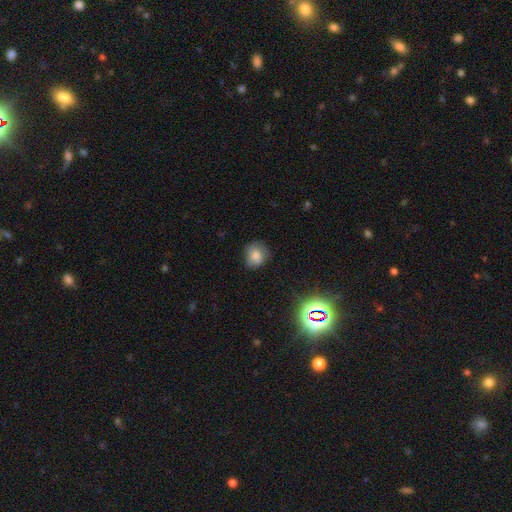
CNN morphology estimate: Smooth or featured?
  - smooth: 77% *
  - featured or disk: 12%
  - star or artifact: 11%
How rounded?
  - round: 66% *
  - in between: 33%
  - cigar-shaped: 1%
Merging?
  - none: 64% *
  - minor disturbance: 26%
  - major disturbance: 9%
  - merger: 2%